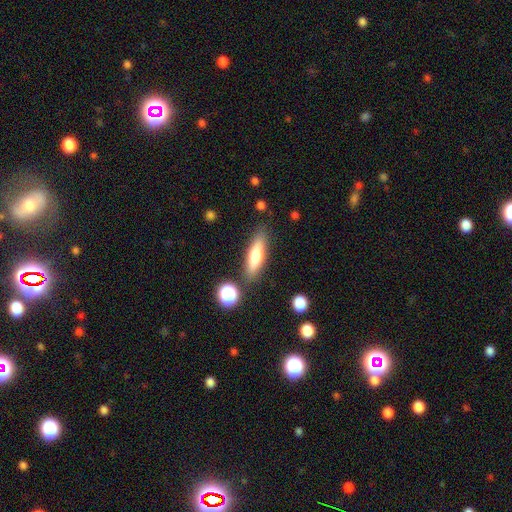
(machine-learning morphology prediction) Q: Smooth or featured?
A: smooth (67%); runner-up: featured or disk (26%)
Q: How rounded?
A: cigar-shaped (62%); runner-up: in between (35%)
Q: Merging?
A: none (82%); runner-up: minor disturbance (11%)